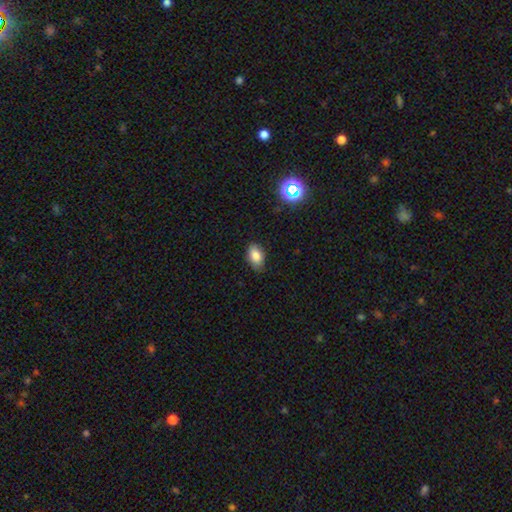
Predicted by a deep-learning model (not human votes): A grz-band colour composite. It shows a smooth galaxy with no disk features (83%) that is in between round and cigar-shaped (91%). Merging: none (83%).